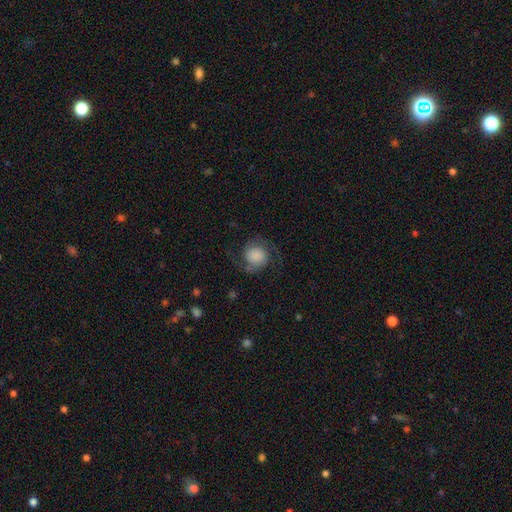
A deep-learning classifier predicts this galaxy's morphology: featured or disk 68%, smooth 24%, star or artifact 9%. Down the decision tree: edge-on disk — no (98%); bar — no (76%); spiral arms — yes (96%); spiral arm count — 2 (94%); spiral winding — medium (46%); bulge size — large (26%); merging — none (77%).